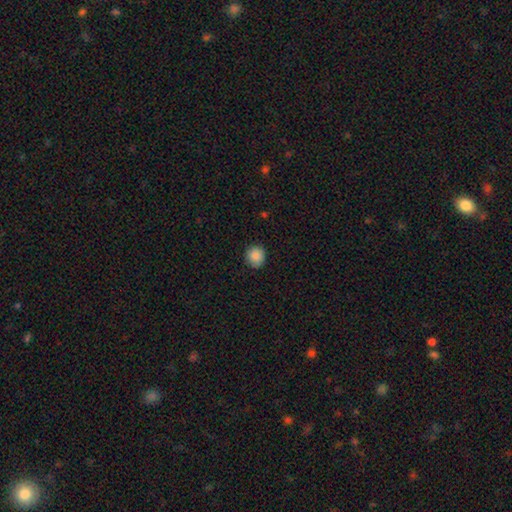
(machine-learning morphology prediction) A smooth galaxy with no disk features (88%) that is round (89%). Merging: none (89%).